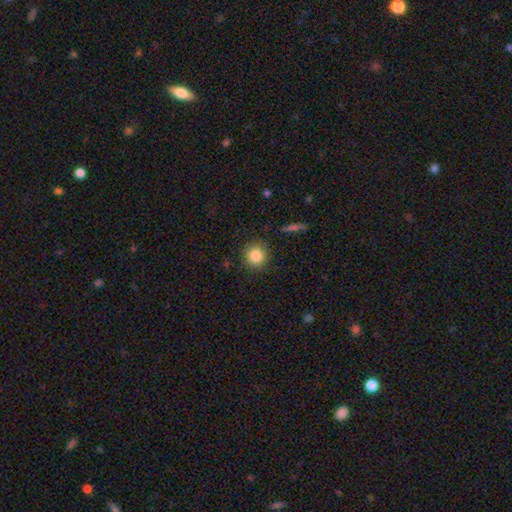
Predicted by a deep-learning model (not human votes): Overall: smooth (85%). How rounded: round (93%). Merging: none (89%).